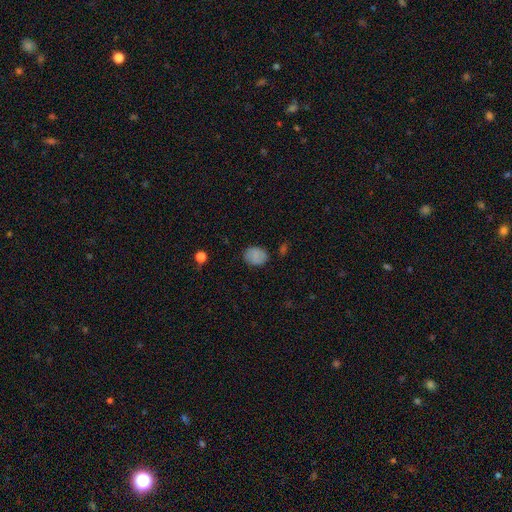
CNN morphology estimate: The model was most divided on "how rounded": in between: 60%, round: 39%, cigar-shaped: 1%. More confident: smooth or featured — smooth (82%); merging — none (79%).